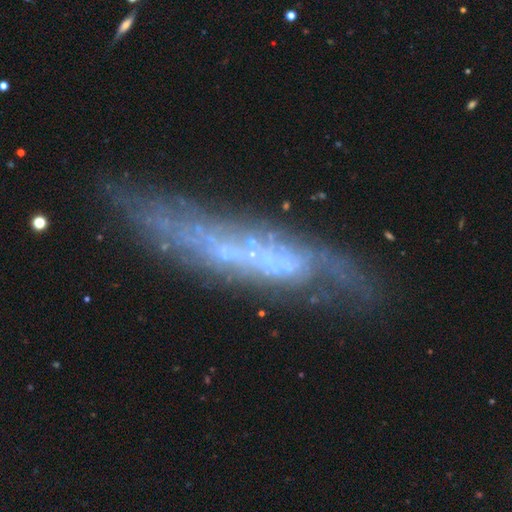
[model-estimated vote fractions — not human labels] featured or disk 68%, smooth 22%, star or artifact 10%. Down the decision tree: edge-on disk — yes (52%); merging — none (62%).